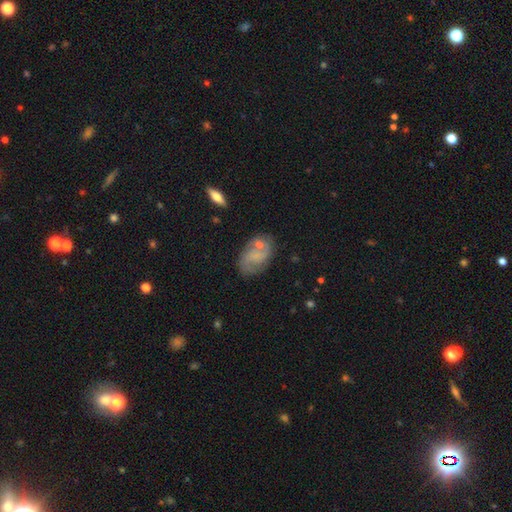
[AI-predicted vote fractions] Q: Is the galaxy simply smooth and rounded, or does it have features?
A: featured or disk — 58%.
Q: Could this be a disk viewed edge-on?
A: no — 96%.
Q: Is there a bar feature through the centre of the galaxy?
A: no — 59%.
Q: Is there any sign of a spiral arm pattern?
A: yes — 82%.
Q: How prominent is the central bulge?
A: small — 44%.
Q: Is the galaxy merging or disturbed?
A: none — 60%.